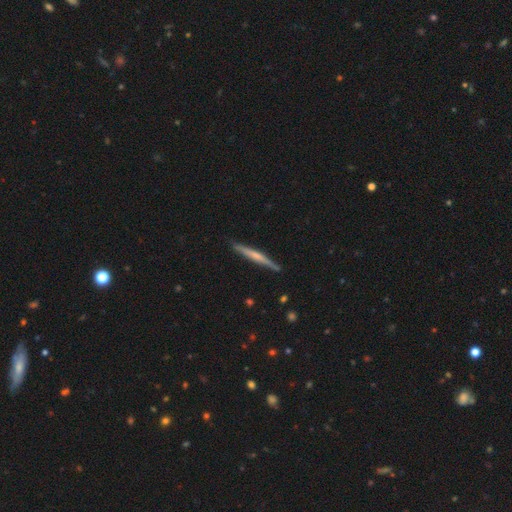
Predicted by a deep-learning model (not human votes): featured or disk 58%, smooth 36%, star or artifact 5%. Down the decision tree: edge-on disk — yes (98%); edge-on bulge — none (44%); merging — none (89%).